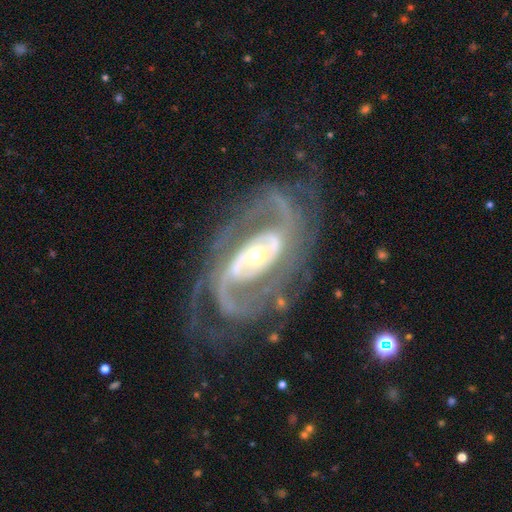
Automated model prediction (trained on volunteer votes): smooth_or_featured: featured or disk (p=0.92) [alt: star or artifact p=0.05]
disk_edge_on: no (p=0.97) [alt: yes p=0.03]
bar: no (p=0.38) [alt: weak p=0.31]
has_spiral_arms: yes (p=0.97) [alt: no p=0.03]
spiral_winding: medium (p=0.47) [alt: tight p=0.38]
spiral_arm_count: 2 (p=0.62) [alt: 3 p=0.14]
bulge_size: moderate (p=0.50) [alt: small p=0.41]
merging: none (p=0.67) [alt: minor disturbance p=0.16]